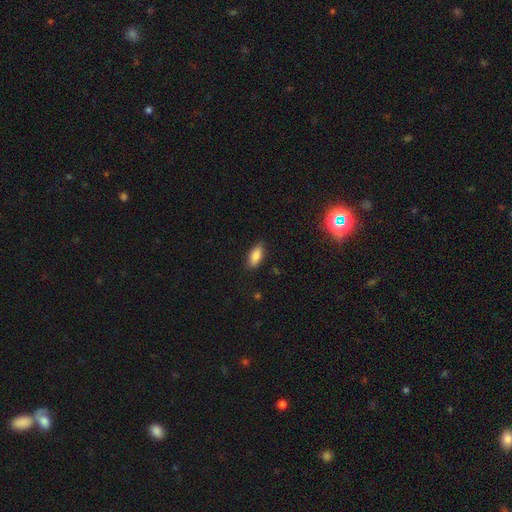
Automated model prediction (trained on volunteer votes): Smooth or featured: smooth — 84% (featured or disk — 8%)
How rounded: in between — 85% (cigar-shaped — 13%)
Merging: none — 85% (minor disturbance — 12%)